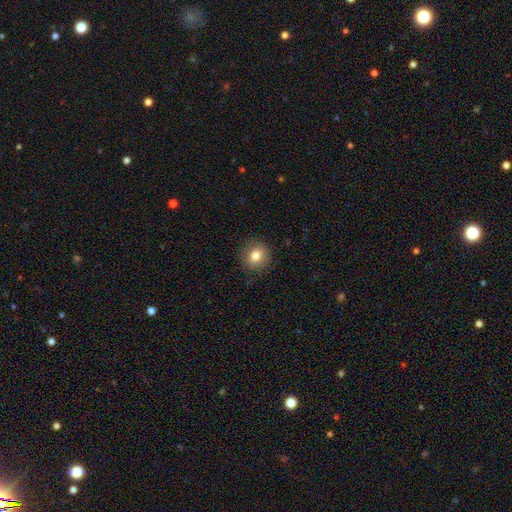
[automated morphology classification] smooth_or_featured: smooth (p=0.81) [alt: star or artifact p=0.10]
how_rounded: round (p=0.85) [alt: in between p=0.14]
merging: none (p=0.89) [alt: minor disturbance p=0.08]